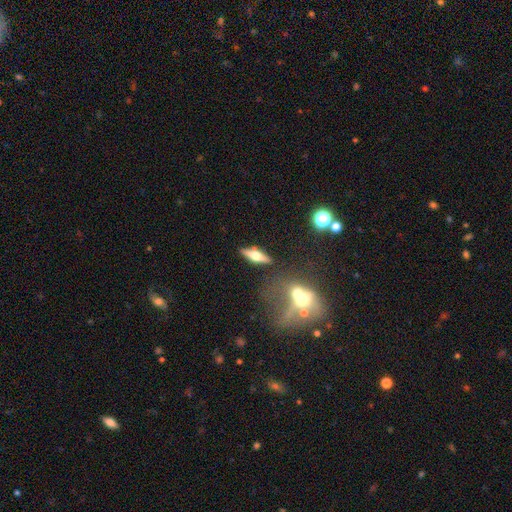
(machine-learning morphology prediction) Overall: featured or disk (62%; smooth 31%). Edge-on disk: yes (93%). Edge-on bulge: rounded (94%). Merging: none (82%).